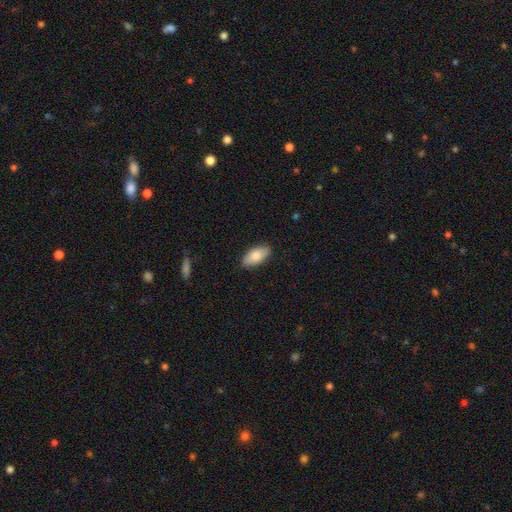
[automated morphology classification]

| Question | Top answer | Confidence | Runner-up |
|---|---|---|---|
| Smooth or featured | smooth | 82% | featured or disk (12%) |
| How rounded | in between | 92% | cigar-shaped (6%) |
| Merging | none | 87% | minor disturbance (10%) |